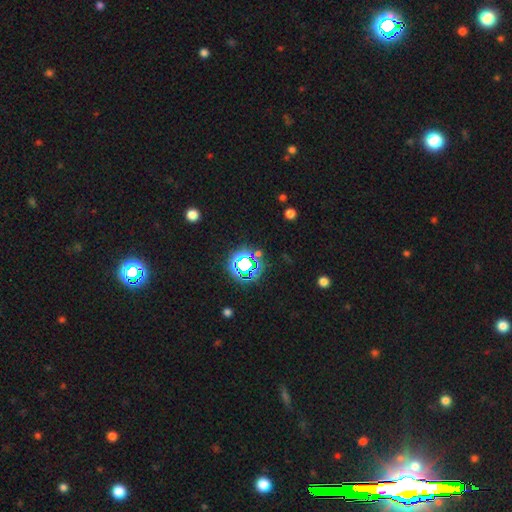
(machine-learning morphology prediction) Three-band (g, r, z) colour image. It shows a star or artifact, not a galaxy (76%).